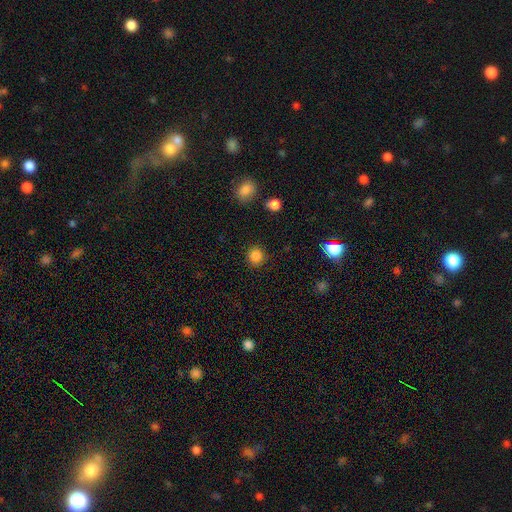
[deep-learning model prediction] A smooth galaxy with no disk features (84%) that is round (91%). Merging: none (90%).